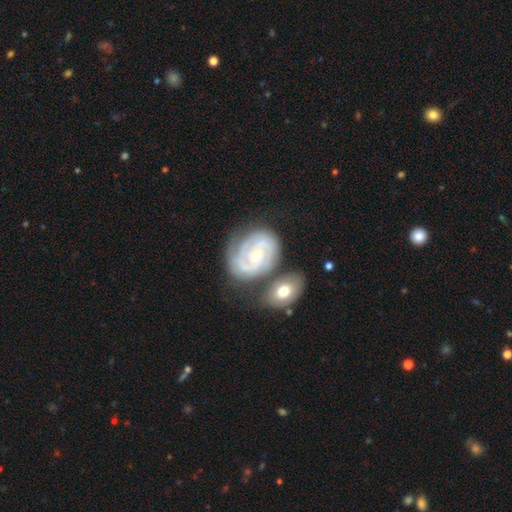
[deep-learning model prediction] Smooth or featured? featured or disk (84%)
Edge-on disk? no (97%)
Bar? no (61%)
Spiral arms? yes (95%)
Spiral winding? tight (62%)
Spiral arm count? 2 (40%)
Bulge size? small (60%)
Merging? none (54%)